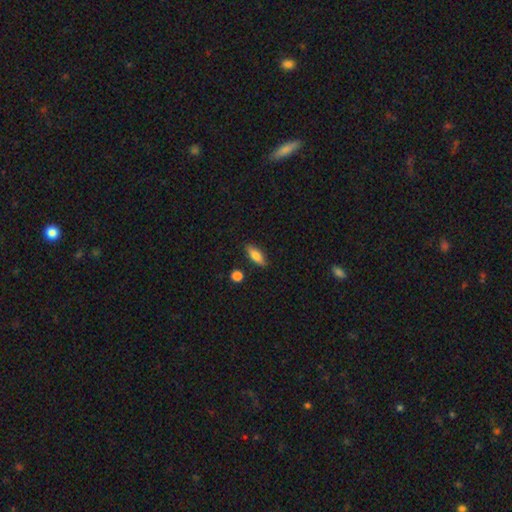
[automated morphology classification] type=smooth (74%); roundness=in between (64%); merging=none (86%).